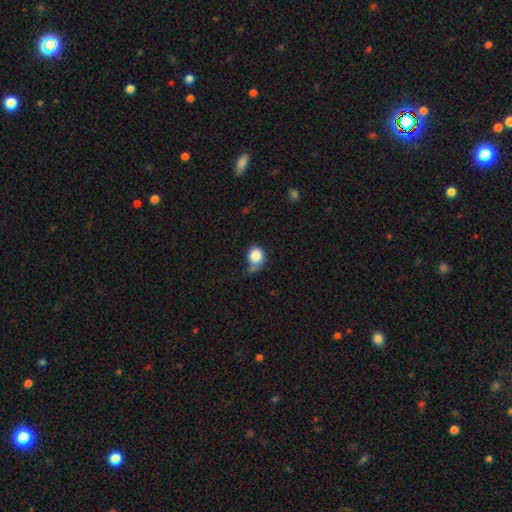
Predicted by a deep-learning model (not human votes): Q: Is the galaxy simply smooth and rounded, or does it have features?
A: smooth — 86%.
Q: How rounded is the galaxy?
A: round — 79%.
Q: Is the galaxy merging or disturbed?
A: none — 45%.